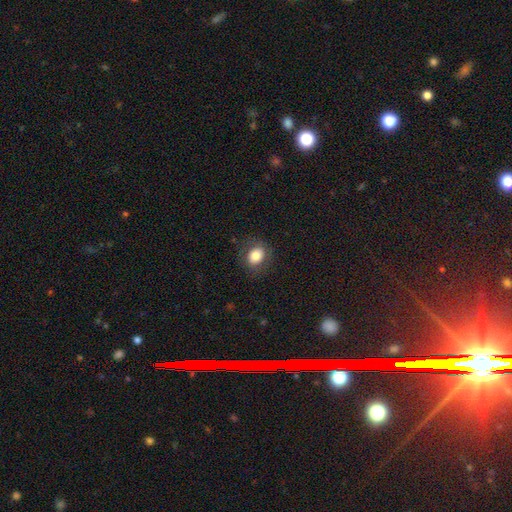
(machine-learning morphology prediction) Q: Smooth or featured?
A: smooth (82%); runner-up: featured or disk (10%)
Q: How rounded?
A: in between (50%); runner-up: round (49%)
Q: Merging?
A: none (81%); runner-up: minor disturbance (13%)